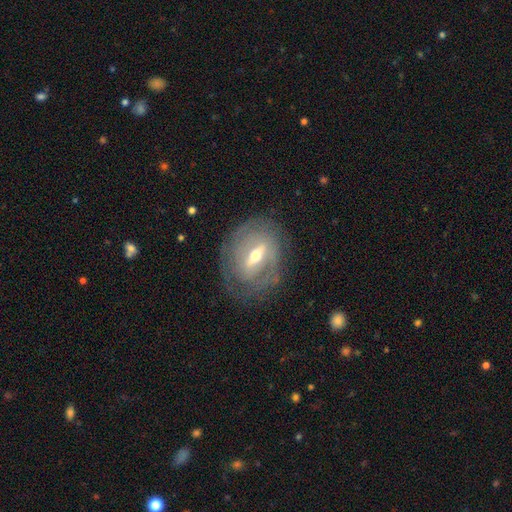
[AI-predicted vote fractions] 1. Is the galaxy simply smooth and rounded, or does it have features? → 80% featured or disk, 14% smooth, 6% star or artifact.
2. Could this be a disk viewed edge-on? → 90% no, 10% yes.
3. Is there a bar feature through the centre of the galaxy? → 52% strong, 37% weak, 11% no.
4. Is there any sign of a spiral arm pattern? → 77% yes, 23% no.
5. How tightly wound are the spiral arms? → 65% tight, 25% medium, 10% loose.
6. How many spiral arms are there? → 40% 2, 38% can't tell, 9% 3, 7% 1, 3% 4, 2% more than 4.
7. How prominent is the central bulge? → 62% moderate, 32% small, 4% large, 1% none, 1% dominant.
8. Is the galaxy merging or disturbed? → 73% none, 17% minor disturbance, 8% major disturbance, 1% merger.